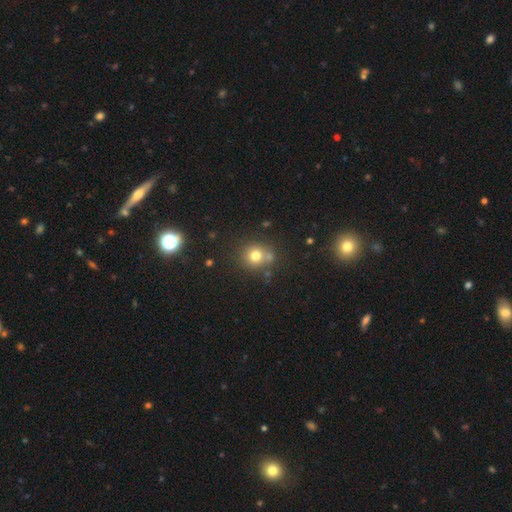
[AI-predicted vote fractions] The model was most divided on "merging": none: 70%, merger: 16%, minor disturbance: 11%, major disturbance: 4%. More confident: how rounded — round (89%); smooth or featured — smooth (74%).